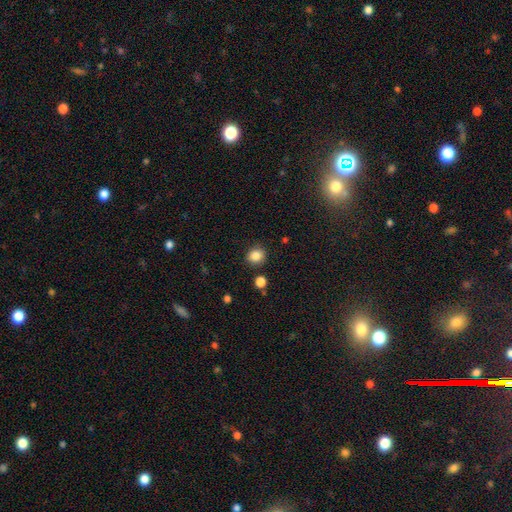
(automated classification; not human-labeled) Morphology: type=smooth (85%); roundness=round (79%); merging=none (86%).